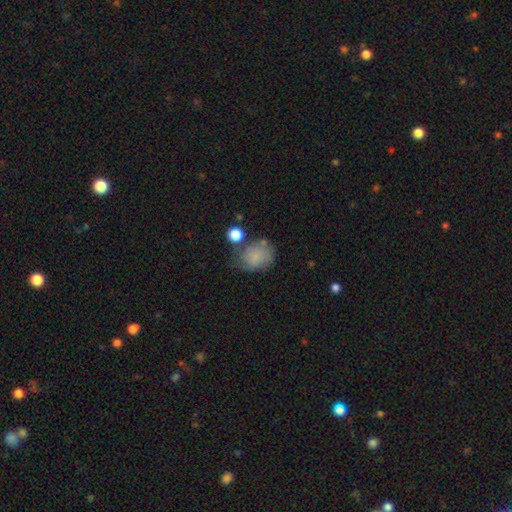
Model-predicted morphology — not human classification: smooth 73%, featured or disk 16%, star or artifact 10%. Down the decision tree: how rounded — round (50%); merging — none (48%).